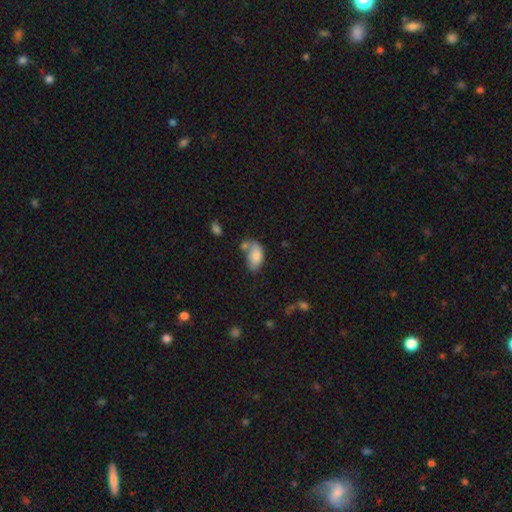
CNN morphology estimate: This is likely a smooth galaxy (79%). How rounded: clearly in between (92%). Merging: marginally none (38%).